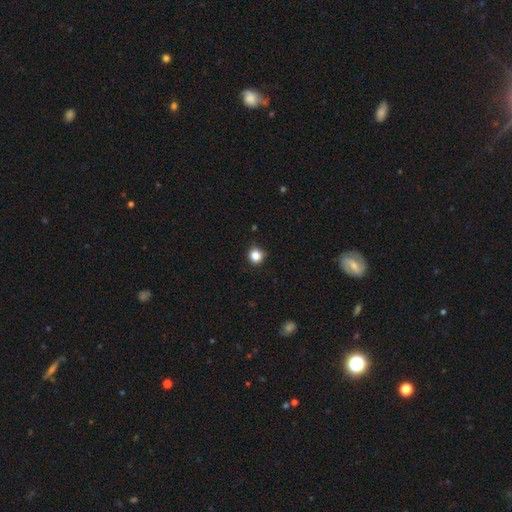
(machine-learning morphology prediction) smooth-or-featured: smooth: 83% | star or artifact: 12% | featured or disk: 5%
  how-rounded: round: 90% | in between: 9% | cigar-shaped: 1%
  merging: none: 86% | minor disturbance: 11% | major disturbance: 2% | merger: 1%